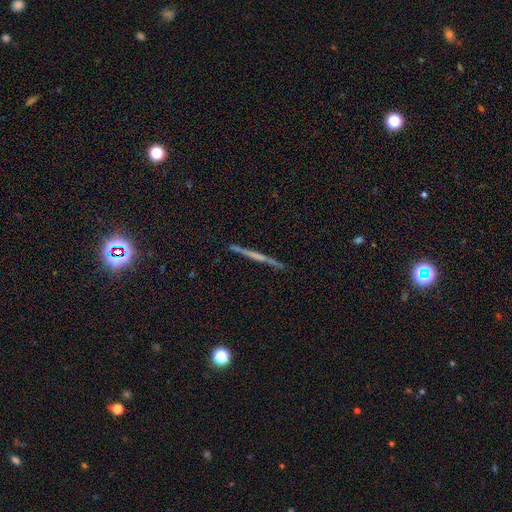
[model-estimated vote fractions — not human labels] This appears to be a featured or disk galaxy (61%) viewed edge-on (98%) with no central bulge (75%). Merging: none (91%).